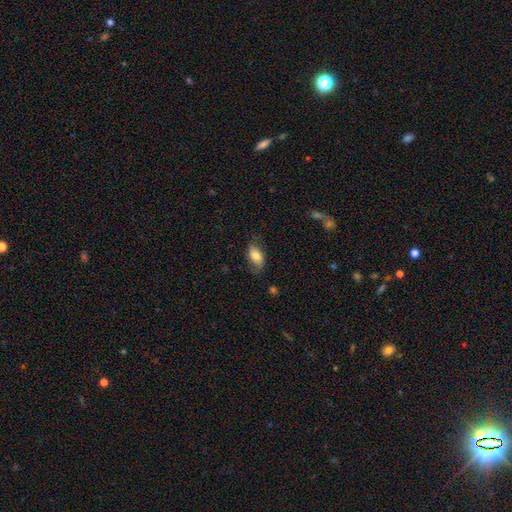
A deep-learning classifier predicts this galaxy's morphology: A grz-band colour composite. It shows a smooth galaxy with no disk features (75%) that is in between round and cigar-shaped (90%). Merging: none (69%).